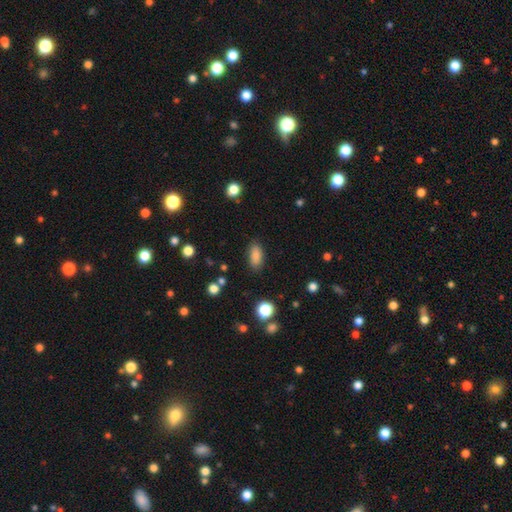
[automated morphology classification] A smooth galaxy with no disk features (86%) that is in between round and cigar-shaped (87%).

Vote fractions:
- Smooth or featured? smooth: 86% / star or artifact: 9% / featured or disk: 5%
- How rounded? in between: 87% / cigar-shaped: 9% / round: 4%
- Merging? none: 86% / minor disturbance: 10% / major disturbance: 3% / merger: 2%